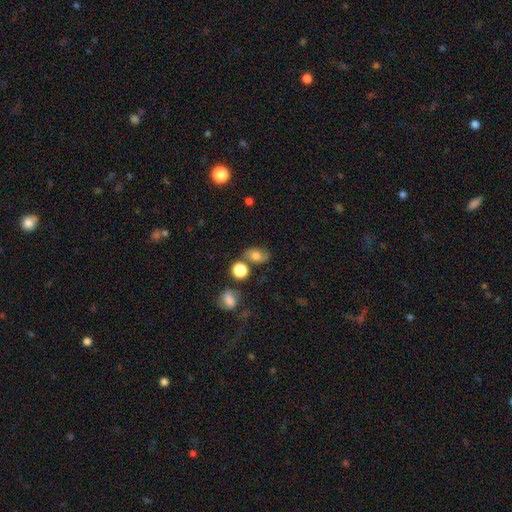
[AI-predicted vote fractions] Morphology: type=smooth (67%); roundness=in between (70%); merging=none (64%).